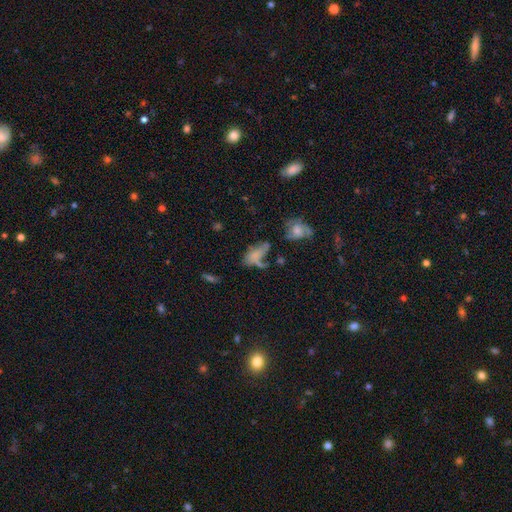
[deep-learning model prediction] Smooth or featured? smooth (58%)
How rounded? in between (81%)
Merging? major disturbance (29%)